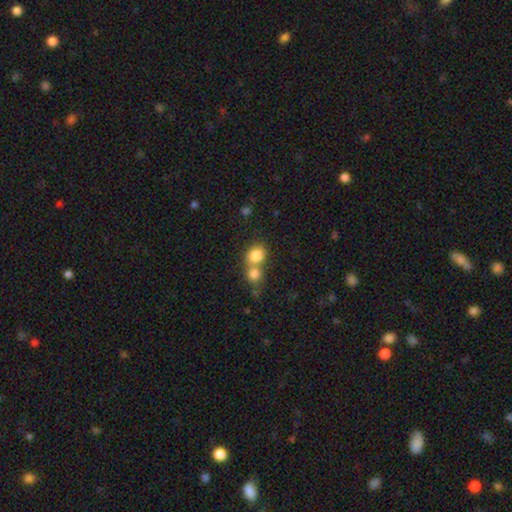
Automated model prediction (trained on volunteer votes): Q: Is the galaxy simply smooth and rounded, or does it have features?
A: smooth — 82%.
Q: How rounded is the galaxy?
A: round — 76%.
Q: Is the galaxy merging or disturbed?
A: merger — 51%.